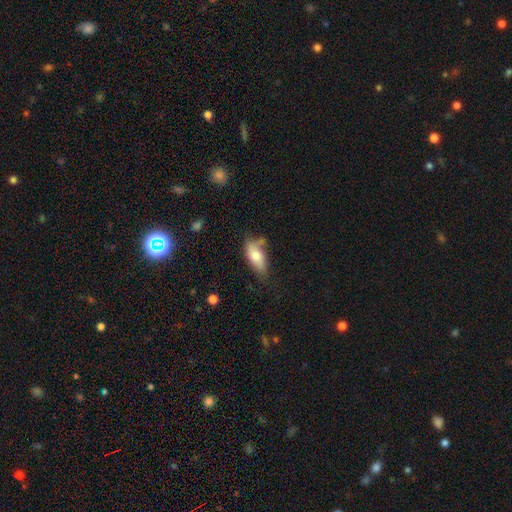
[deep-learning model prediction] smooth-or-featured: smooth: 70% | featured or disk: 23% | star or artifact: 7%
  how-rounded: in between: 84% | cigar-shaped: 13% | round: 3%
  merging: none: 50% | minor disturbance: 29% | merger: 11% | major disturbance: 10%